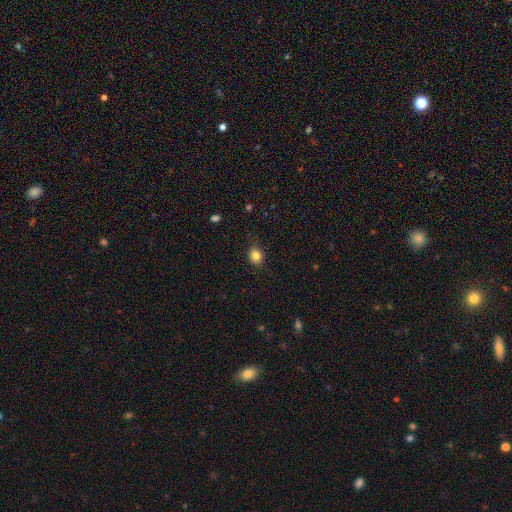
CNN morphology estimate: type=smooth (84%); roundness=round (64%); merging=none (84%).